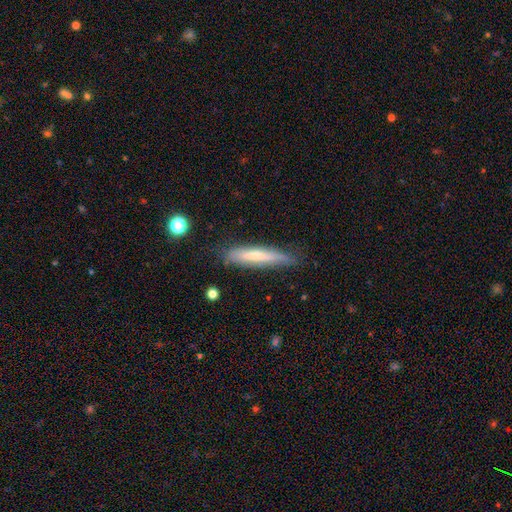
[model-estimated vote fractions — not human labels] Smooth or featured: smooth — 54% (featured or disk — 40%)
How rounded: cigar-shaped — 88% (in between — 10%)
Merging: none — 76% (minor disturbance — 19%)